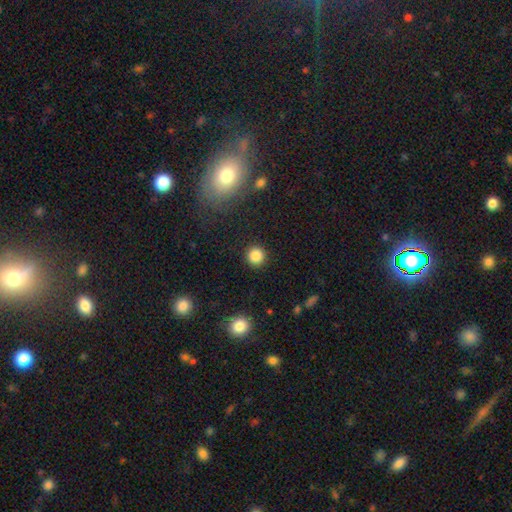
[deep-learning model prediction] A smooth galaxy with no disk features (86%) that is round (94%).

Vote fractions:
- Smooth or featured? smooth: 86% / star or artifact: 11% / featured or disk: 3%
- How rounded? round: 94% / in between: 5% / cigar-shaped: 1%
- Merging? none: 91% / minor disturbance: 5% / major disturbance: 2% / merger: 1%